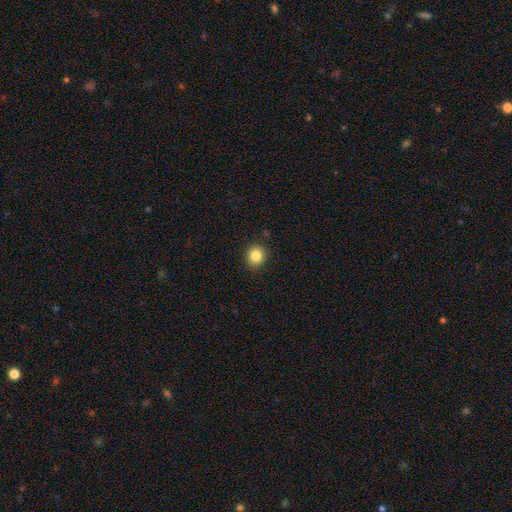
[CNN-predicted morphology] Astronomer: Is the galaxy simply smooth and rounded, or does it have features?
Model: smooth — 85%.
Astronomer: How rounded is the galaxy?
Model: round — 75%.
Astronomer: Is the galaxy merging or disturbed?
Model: none — 89%.